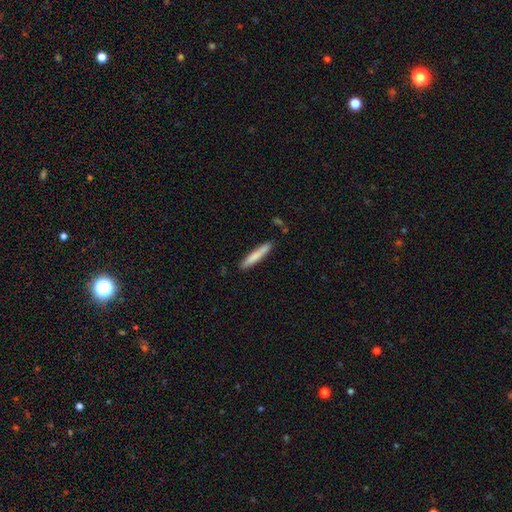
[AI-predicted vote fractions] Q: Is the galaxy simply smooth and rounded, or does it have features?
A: smooth — 77%.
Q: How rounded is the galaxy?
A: cigar-shaped — 93%.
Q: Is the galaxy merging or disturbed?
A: none — 87%.